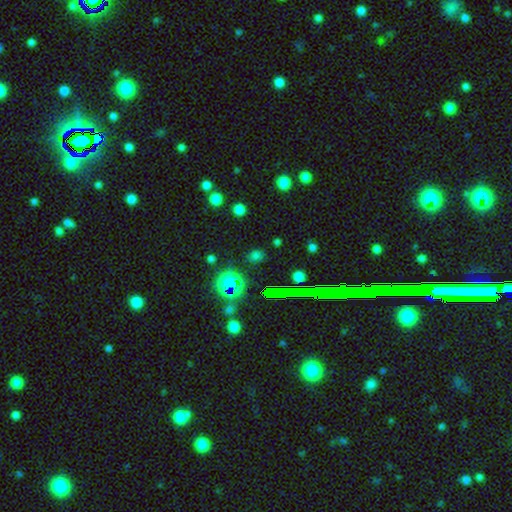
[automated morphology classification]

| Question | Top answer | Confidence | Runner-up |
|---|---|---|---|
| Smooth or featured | smooth | 52% | star or artifact (42%) |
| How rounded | round | 68% | in between (29%) |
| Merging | none | 82% | minor disturbance (10%) |